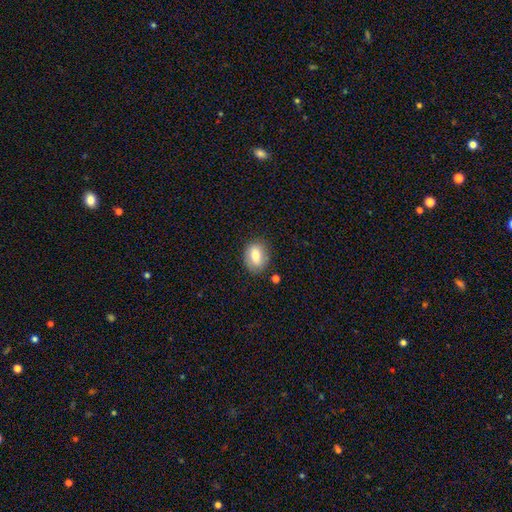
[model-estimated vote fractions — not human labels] smooth_or_featured: smooth (p=0.77) [alt: featured or disk p=0.15]
how_rounded: in between (p=0.74) [alt: round p=0.25]
merging: none (p=0.77) [alt: minor disturbance p=0.17]